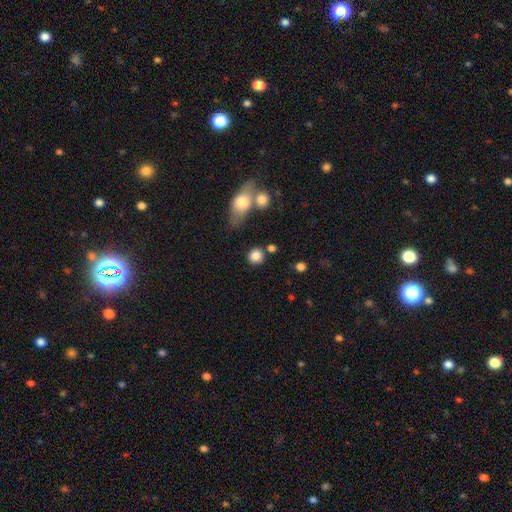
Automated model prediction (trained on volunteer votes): This appears to be a smooth galaxy with no disk features (85%) that is round (85%). Merging: none (75%).